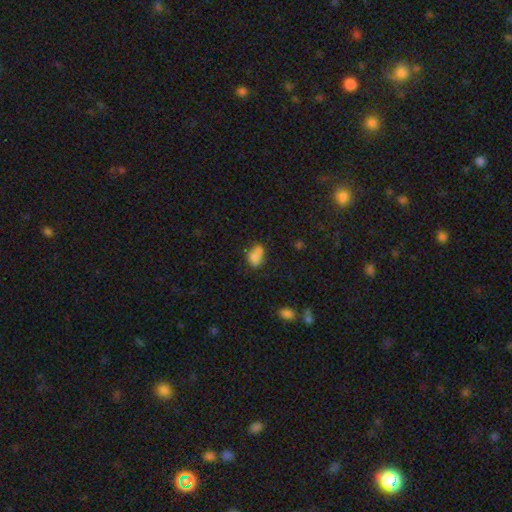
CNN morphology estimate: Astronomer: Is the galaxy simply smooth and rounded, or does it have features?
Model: smooth — 75%.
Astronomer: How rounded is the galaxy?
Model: in between — 76%.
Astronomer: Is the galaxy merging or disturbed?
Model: none — 38% (runner-up: merger, 32%).